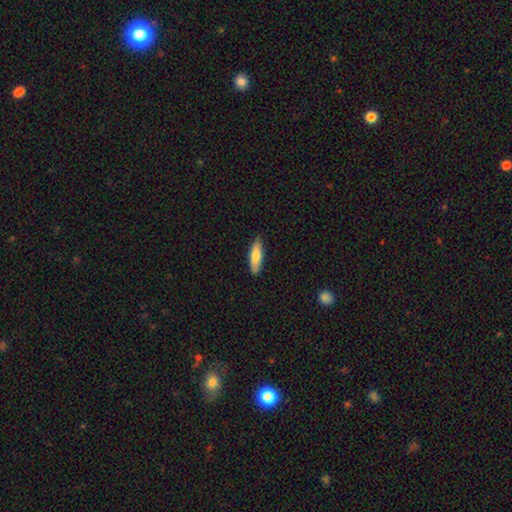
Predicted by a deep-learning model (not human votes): Smooth or featured? smooth (78%)
How rounded? cigar-shaped (55%)
Merging? none (86%)